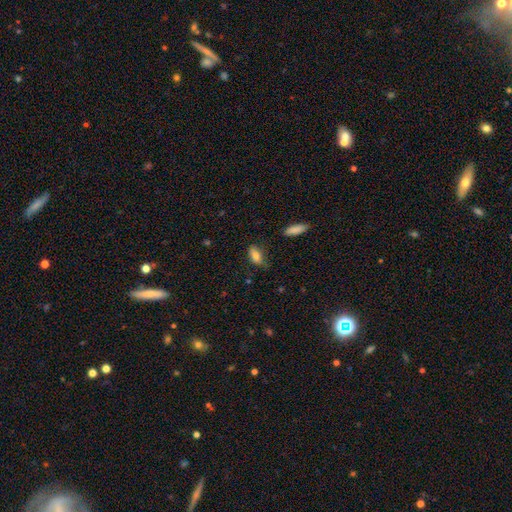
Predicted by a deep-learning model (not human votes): smooth-or-featured: smooth: 82% | featured or disk: 10% | star or artifact: 8%
  how-rounded: in between: 86% | cigar-shaped: 10% | round: 4%
  merging: none: 59% | minor disturbance: 30% | major disturbance: 8% | merger: 2%